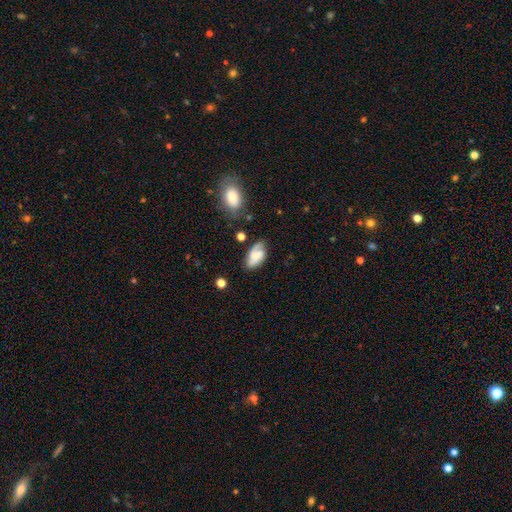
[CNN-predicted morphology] Smooth or featured? Predicted: featured or disk (p=0.50). Edge-on disk? Predicted: no (p=0.95). Merging? Predicted: none (p=0.65).